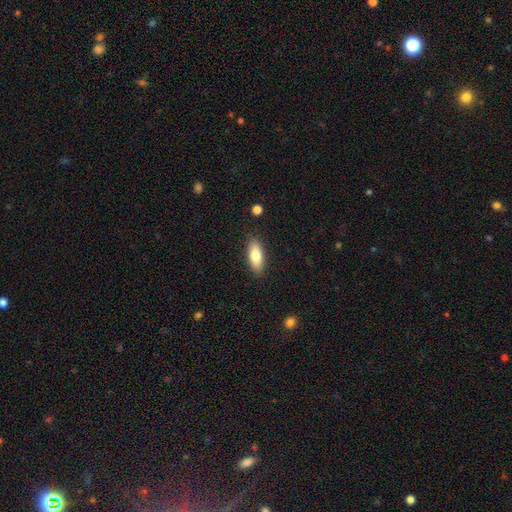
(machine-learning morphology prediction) smooth-or-featured: smooth: 78% | featured or disk: 15% | star or artifact: 6%
  how-rounded: in between: 73% | cigar-shaped: 25% | round: 2%
  merging: none: 87% | minor disturbance: 9% | major disturbance: 2% | merger: 1%